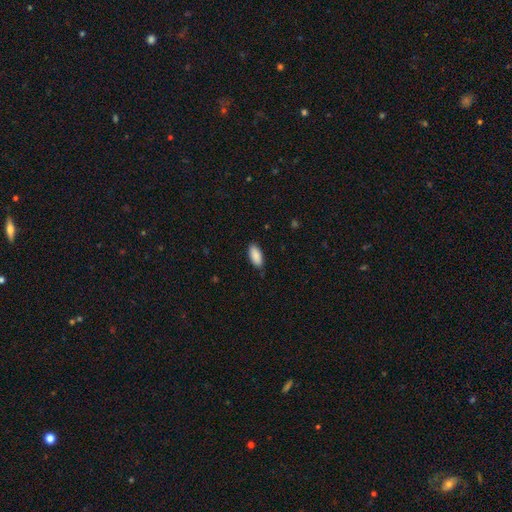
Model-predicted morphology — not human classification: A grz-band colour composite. It shows a smooth galaxy with no disk features (90%) that is in between round and cigar-shaped (89%). Merging: none (83%).